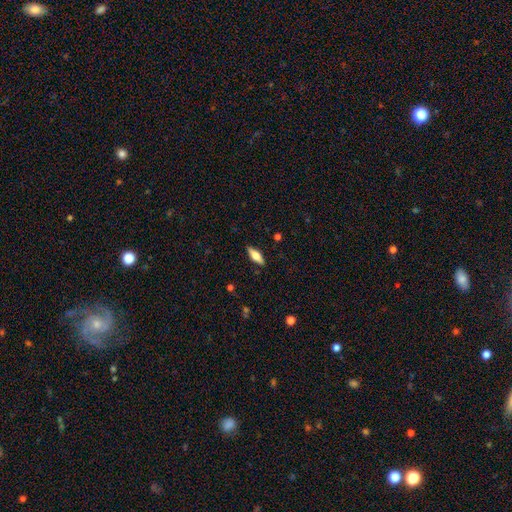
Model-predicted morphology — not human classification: smooth 53%, featured or disk 41%, star or artifact 7%. Down the decision tree: how rounded — in between (58%); merging — none (88%).